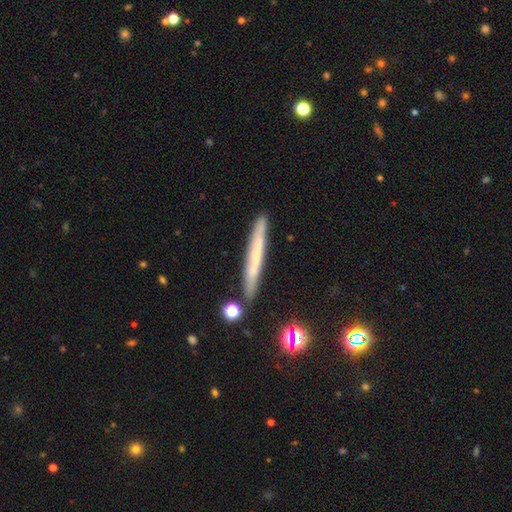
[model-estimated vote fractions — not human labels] Morphology: type=smooth (48%); merging=none (87%).